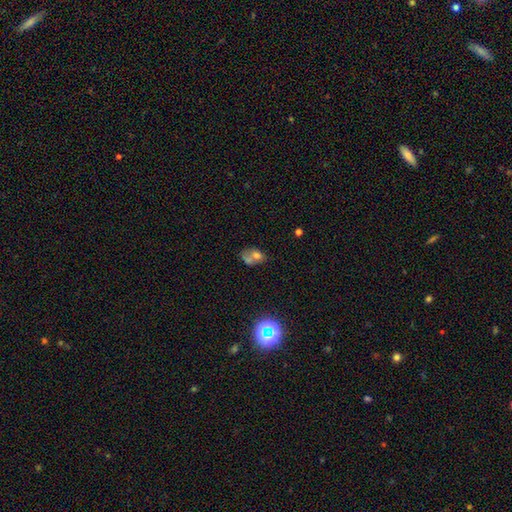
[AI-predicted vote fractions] Morphology: type=smooth (58%); roundness=in between (60%); merging=merger (54%).